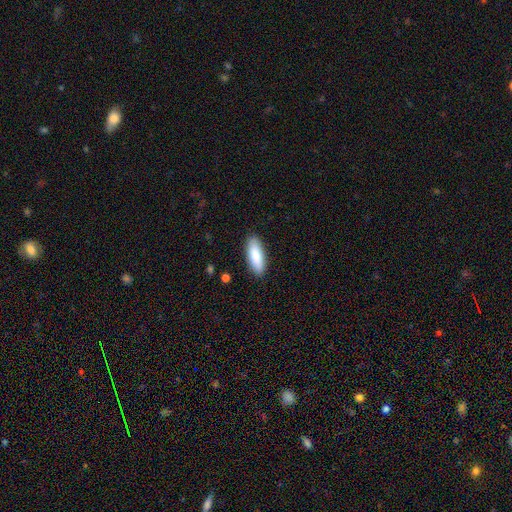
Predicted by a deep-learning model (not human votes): Smooth or featured: smooth — 87% (featured or disk — 7%)
How rounded: in between — 65% (cigar-shaped — 33%)
Merging: none — 88% (minor disturbance — 9%)